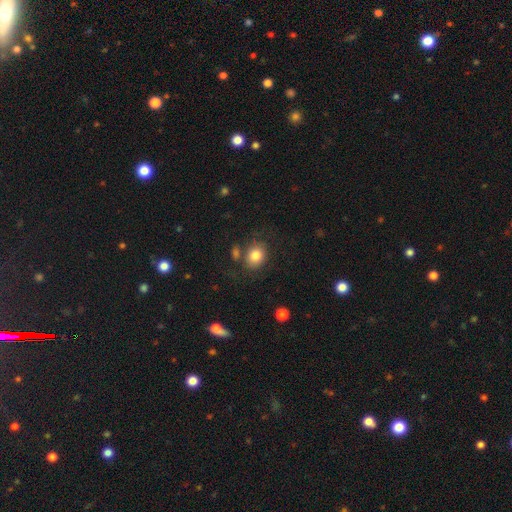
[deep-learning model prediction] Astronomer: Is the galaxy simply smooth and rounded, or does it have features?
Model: smooth — 82%.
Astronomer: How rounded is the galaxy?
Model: round — 56% (runner-up: in between, 43%).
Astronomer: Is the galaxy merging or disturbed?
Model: none — 69%.